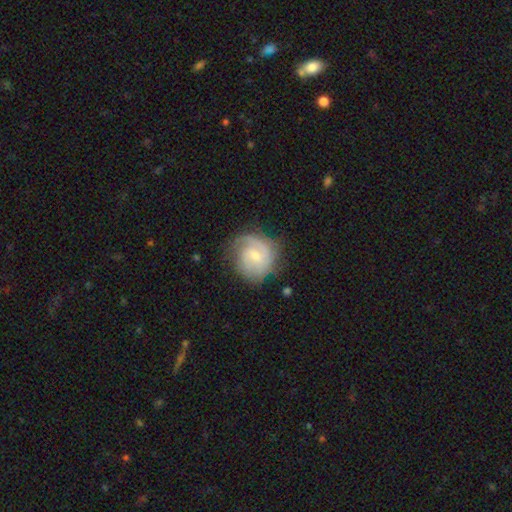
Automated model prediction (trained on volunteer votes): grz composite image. It shows a featured or disk galaxy (71%) with a weak bar (48%), 2 (42%) tight (45%) spiral arms (92%) and a small central bulge (60%). Merging: none (68%).